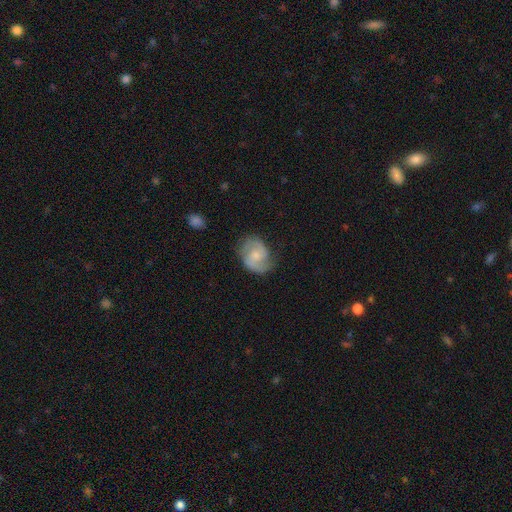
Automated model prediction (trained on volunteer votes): Overall: featured or disk (67%). Edge-on disk: no (98%). Bar: no (58%; weak 37%). Spiral arms: yes (91%). Spiral arm count: 2 (81%). Spiral winding: medium (50%; tight 28%). Bulge size: moderate (43%, tied with small). Merging: none (65%).